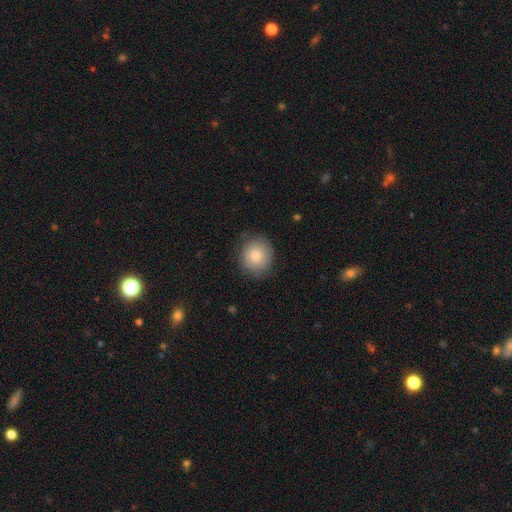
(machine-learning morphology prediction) A smooth galaxy with no disk features (81%) that is round (86%). Merging: none (82%).